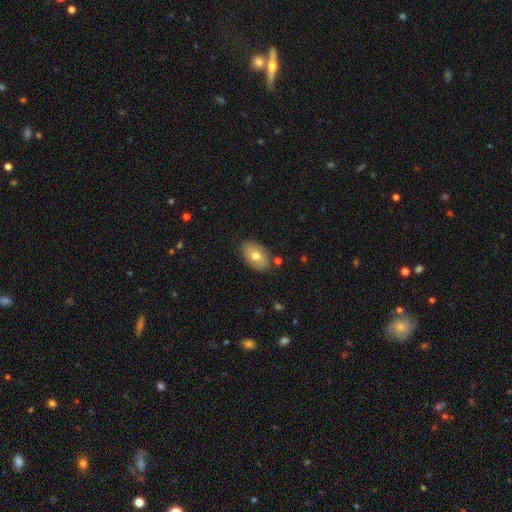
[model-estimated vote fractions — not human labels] Smooth or featured? smooth (70%)
How rounded? in between (91%)
Merging? none (83%)